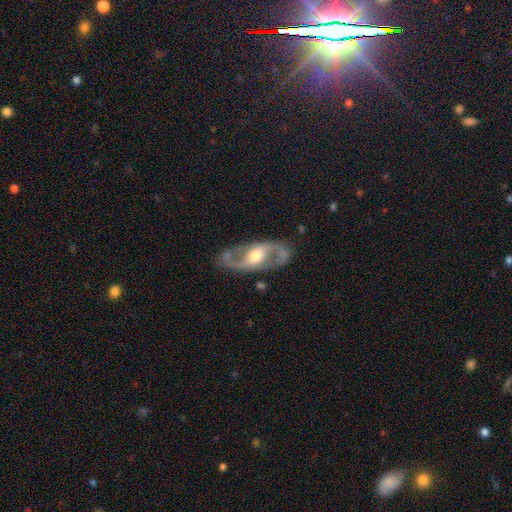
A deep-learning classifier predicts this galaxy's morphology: Smooth or featured: featured or disk — 87% (smooth — 8%)
Edge-on disk: no — 93% (yes — 7%)
Bar: no — 41% (weak — 37%)
Spiral arms: yes — 90% (no — 10%)
Spiral winding: medium — 53% (loose — 32%)
Spiral arm count: 2 — 92% (can't tell — 3%)
Bulge size: moderate — 71% (small — 17%)
Merging: none — 83% (minor disturbance — 11%)